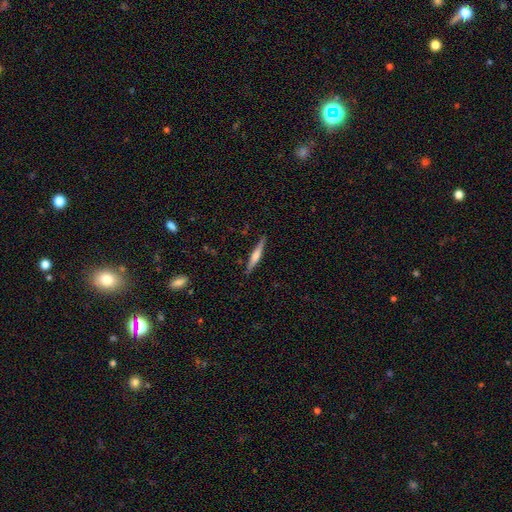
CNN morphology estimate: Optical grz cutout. It shows a featured or disk galaxy (54%) viewed edge-on (97%) with a rounded central bulge (68%). Merging: none (89%).